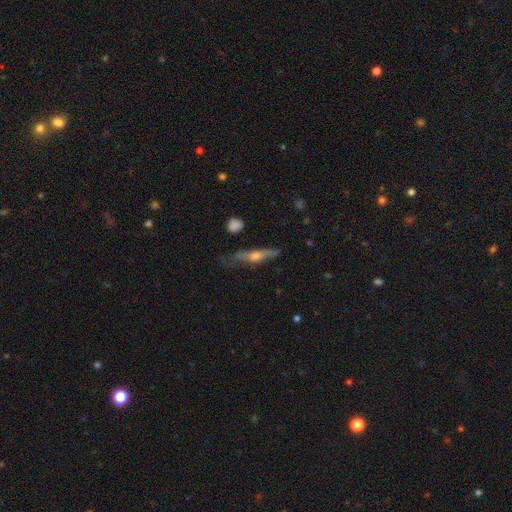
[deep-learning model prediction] This is possibly a featured or disk galaxy (58%). It is clearly viewed edge-on (86%). Merging: possibly none (57%).